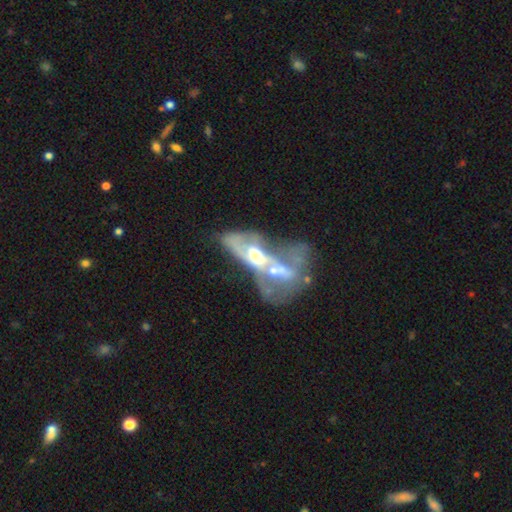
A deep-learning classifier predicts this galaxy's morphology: smooth_or_featured: featured or disk (p=0.71) [alt: smooth p=0.19]
disk_edge_on: no (p=0.82) [alt: yes p=0.18]
bar: no (p=0.67) [alt: weak p=0.22]
has_spiral_arms: no (p=0.59) [alt: yes p=0.41]
bulge_size: moderate (p=0.62) [alt: small p=0.19]
merging: merger (p=0.77) [alt: major disturbance p=0.10]